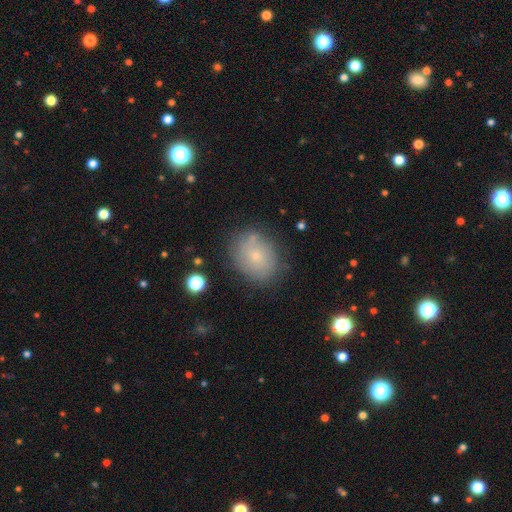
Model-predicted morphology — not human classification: A smooth galaxy with no disk features (61%) that is in between round and cigar-shaped (51%). Merging: none (75%).